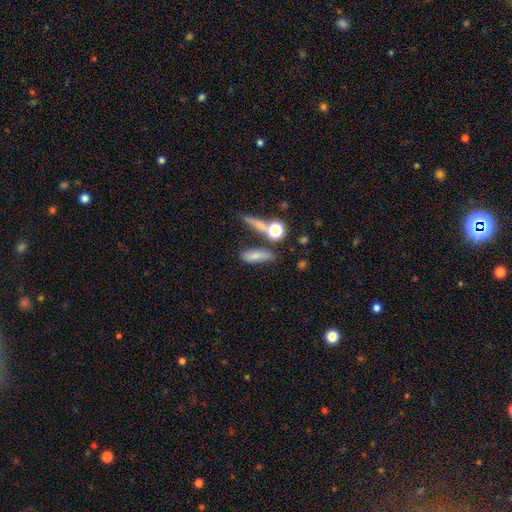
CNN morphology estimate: Q: Smooth or featured?
A: smooth (68%); runner-up: featured or disk (19%)
Q: How rounded?
A: in between (48%); runner-up: cigar-shaped (42%)
Q: Merging?
A: none (53%); runner-up: merger (20%)